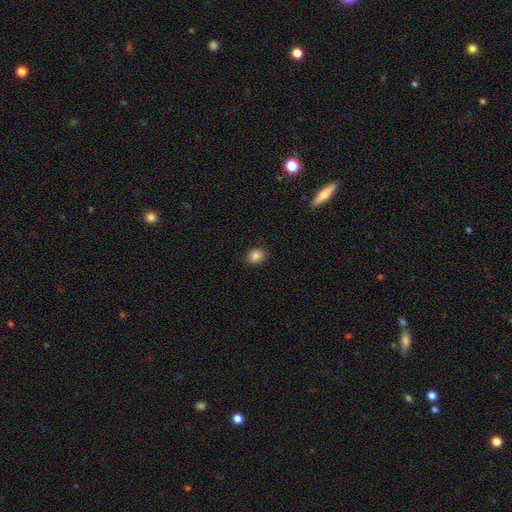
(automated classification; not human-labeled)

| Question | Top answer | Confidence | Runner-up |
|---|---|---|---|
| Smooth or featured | smooth | 85% | star or artifact (10%) |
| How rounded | round | 58% | in between (41%) |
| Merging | none | 90% | minor disturbance (7%) |